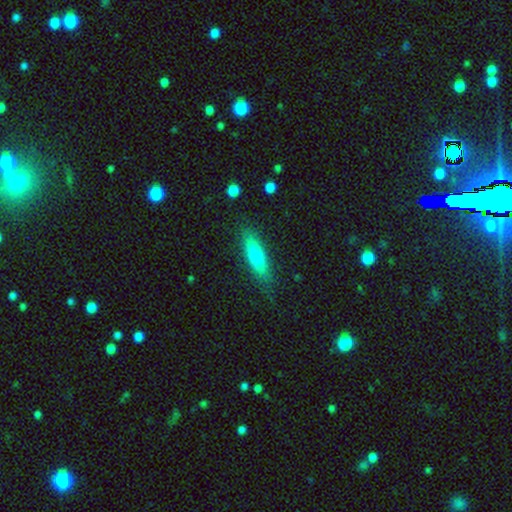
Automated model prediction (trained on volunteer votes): smooth 70%, featured or disk 24%, star or artifact 6%. Down the decision tree: how rounded — cigar-shaped (68%); merging — none (82%).